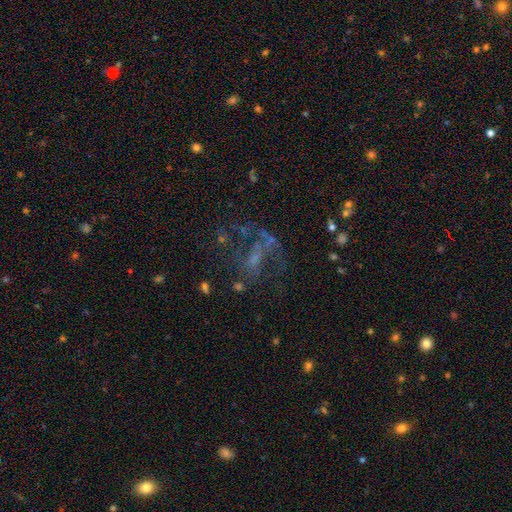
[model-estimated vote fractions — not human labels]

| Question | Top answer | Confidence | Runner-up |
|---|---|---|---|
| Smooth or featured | featured or disk | 51% | star or artifact (31%) |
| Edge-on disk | no | 97% | yes (3%) |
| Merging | none | 42% | major disturbance (35%) |